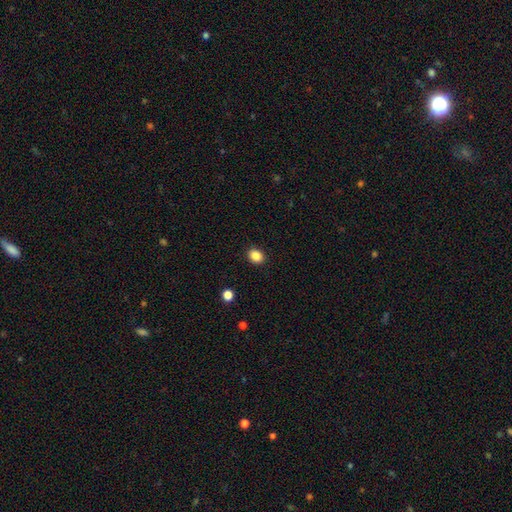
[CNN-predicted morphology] Q: Smooth or featured?
A: smooth (87%); runner-up: star or artifact (10%)
Q: How rounded?
A: in between (52%); runner-up: round (47%)
Q: Merging?
A: none (90%); runner-up: minor disturbance (7%)